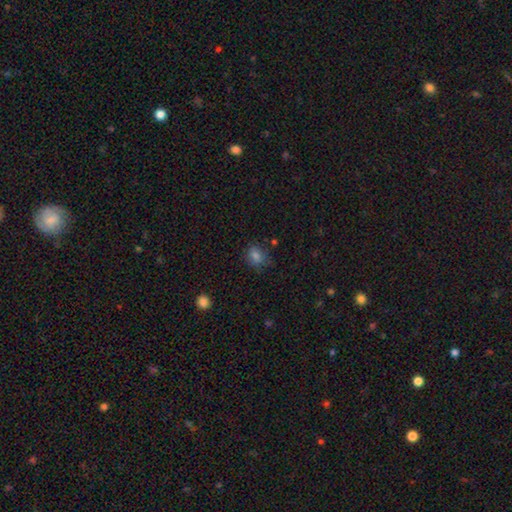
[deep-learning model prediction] A smooth galaxy with no disk features (78%) that is in between round and cigar-shaped (51%). Merging: none (76%).